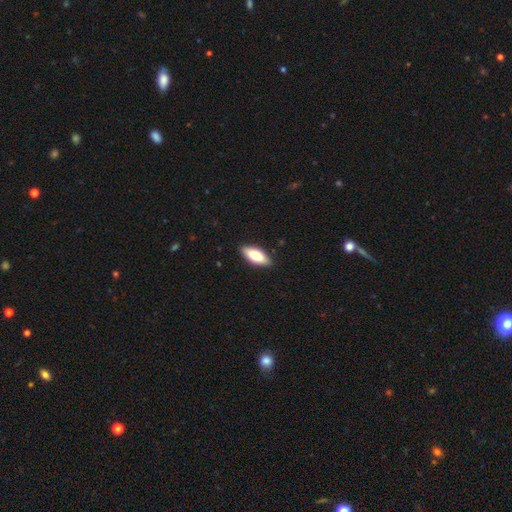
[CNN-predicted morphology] A smooth galaxy with no disk features (73%) that is in between round and cigar-shaped (78%).

Vote fractions:
- Smooth or featured? smooth: 73% / featured or disk: 21% / star or artifact: 6%
- How rounded? in between: 78% / cigar-shaped: 20% / round: 2%
- Merging? none: 88% / minor disturbance: 9% / major disturbance: 2% / merger: 1%